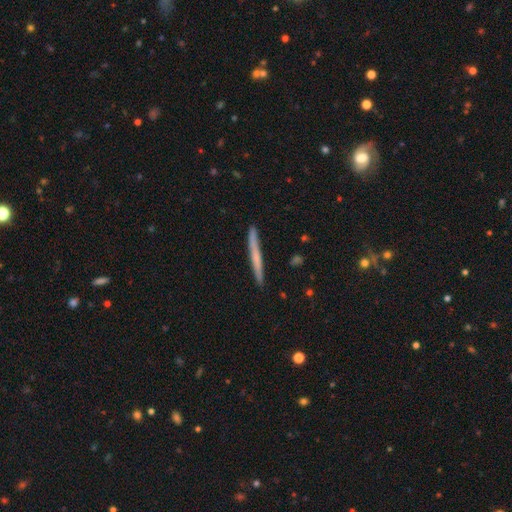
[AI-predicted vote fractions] A smooth galaxy with no disk features (53%) that is cigar-shaped (97%). Merging: none (91%).